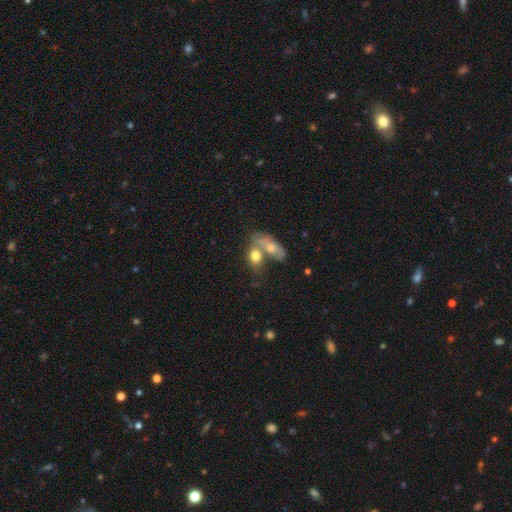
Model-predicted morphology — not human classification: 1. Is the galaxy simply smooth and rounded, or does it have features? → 70% smooth, 22% featured or disk, 8% star or artifact.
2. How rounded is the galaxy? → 74% in between, 21% round, 5% cigar-shaped.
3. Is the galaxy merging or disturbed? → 55% merger, 27% none, 11% minor disturbance, 7% major disturbance.